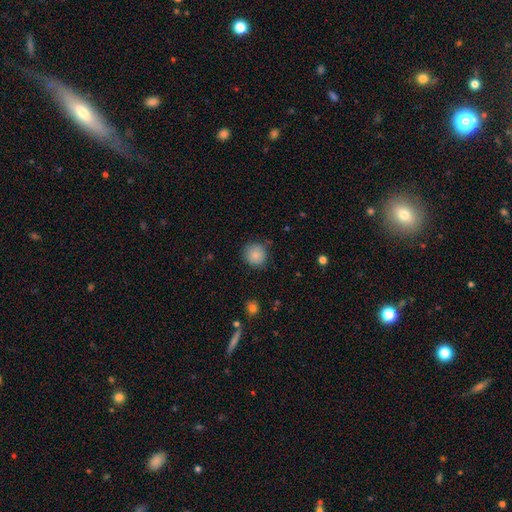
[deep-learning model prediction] Smooth or featured? smooth (86%)
How rounded? round (93%)
Merging? none (86%)